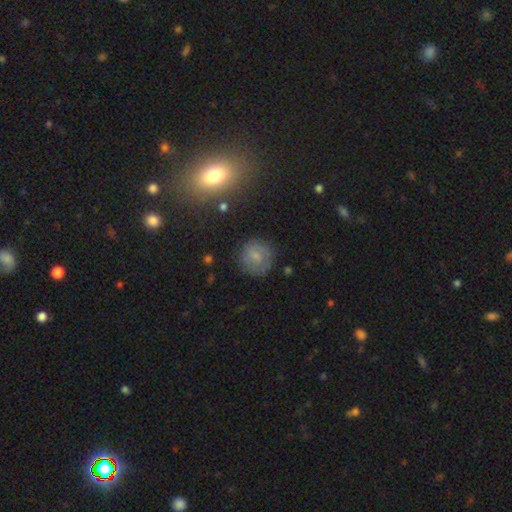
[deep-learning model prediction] This is likely a smooth galaxy (71%). How rounded: clearly round (90%). Merging: likely none (80%).